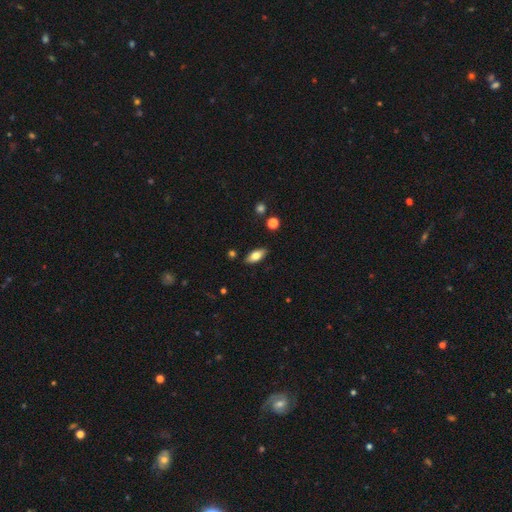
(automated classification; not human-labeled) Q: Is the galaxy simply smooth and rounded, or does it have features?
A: smooth — 71%.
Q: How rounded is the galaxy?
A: in between — 82%.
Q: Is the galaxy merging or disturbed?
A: none — 86%.